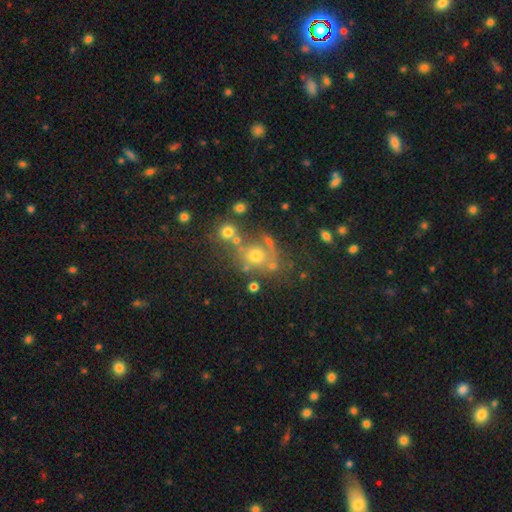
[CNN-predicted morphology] Overall: smooth (55%; featured or disk 23%). How rounded: round (74%). Merging: none (53%; merger 20%).